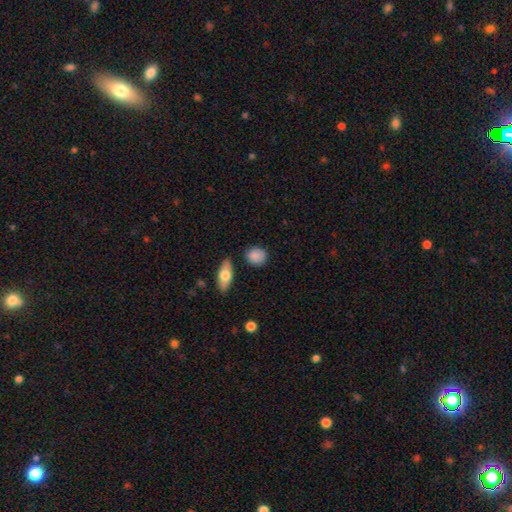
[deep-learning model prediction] Overall: smooth (85%). How rounded: round (64%; in between 34%). Merging: none (79%).